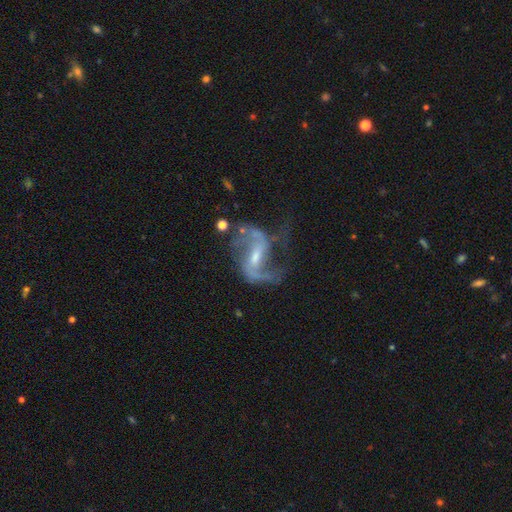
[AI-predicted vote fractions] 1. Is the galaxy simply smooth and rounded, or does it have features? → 88% featured or disk, 7% star or artifact, 5% smooth.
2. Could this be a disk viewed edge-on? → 97% no, 3% yes.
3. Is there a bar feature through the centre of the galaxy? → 48% weak, 36% strong, 17% no.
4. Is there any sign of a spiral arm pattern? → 95% yes, 5% no.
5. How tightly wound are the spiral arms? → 61% loose, 32% medium, 7% tight.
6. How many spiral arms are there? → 87% 2, 4% can't tell, 4% 1, 3% 3, 1% 4, 1% more than 4.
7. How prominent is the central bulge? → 51% small, 39% moderate, 6% none, 2% large, 1% dominant.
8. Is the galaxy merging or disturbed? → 51% none, 24% major disturbance, 19% minor disturbance, 5% merger.